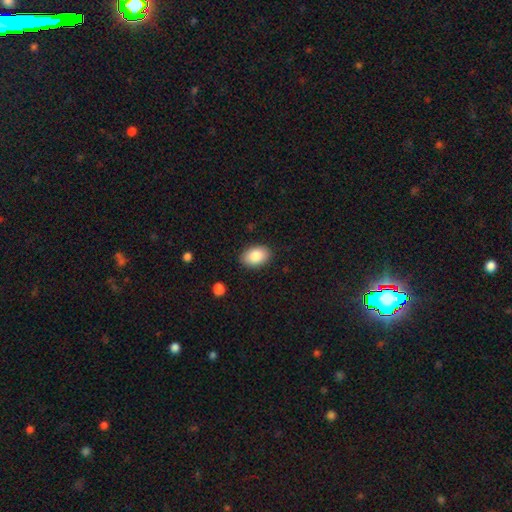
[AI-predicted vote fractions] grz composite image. It shows a smooth galaxy with no disk features (87%) that is in between round and cigar-shaped (86%). Merging: none (88%).